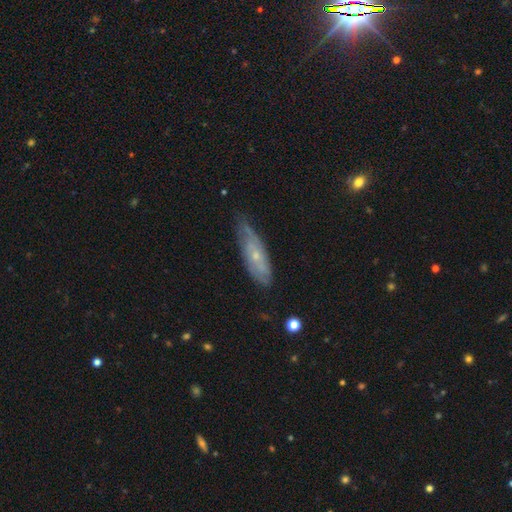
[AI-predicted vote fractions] Q: Smooth or featured?
A: featured or disk (59%); runner-up: smooth (33%)
Q: Edge-on disk?
A: no (71%); runner-up: yes (29%)
Q: Merging?
A: none (66%); runner-up: minor disturbance (27%)